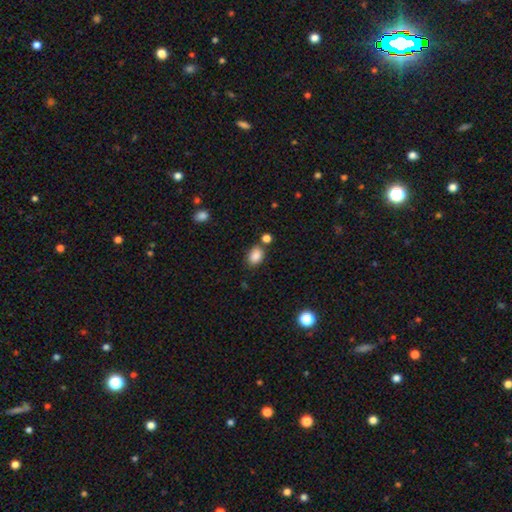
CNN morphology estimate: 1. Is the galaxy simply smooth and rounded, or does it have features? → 87% smooth, 9% star or artifact, 4% featured or disk.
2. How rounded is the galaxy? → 76% in between, 22% round, 1% cigar-shaped.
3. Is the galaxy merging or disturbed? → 72% none, 14% minor disturbance, 11% merger, 4% major disturbance.